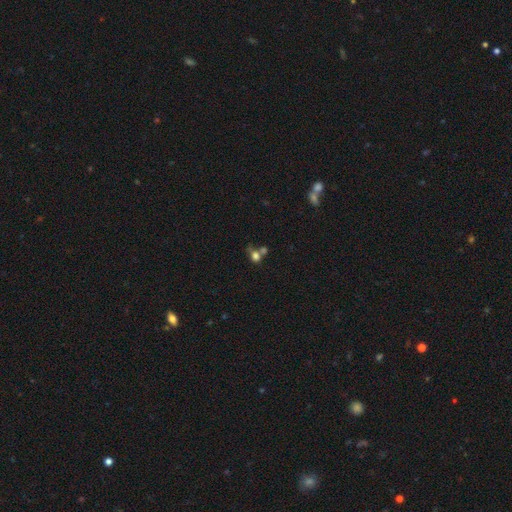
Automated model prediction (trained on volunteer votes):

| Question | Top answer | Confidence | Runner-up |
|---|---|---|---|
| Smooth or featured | smooth | 69% | star or artifact (16%) |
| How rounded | round | 63% | in between (34%) |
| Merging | merger | 44% | none (33%) |